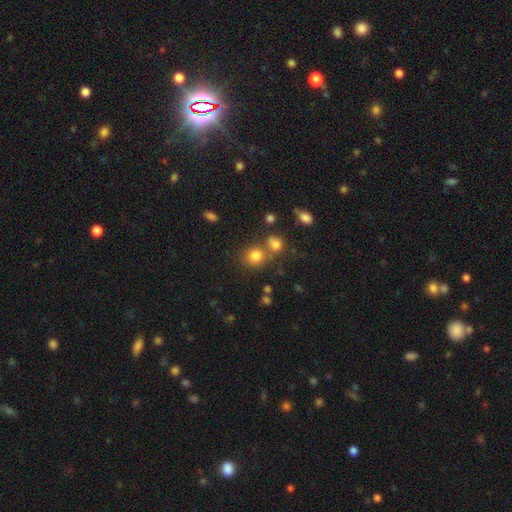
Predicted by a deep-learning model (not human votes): Smooth or featured?
  - smooth: 78% *
  - star or artifact: 14%
  - featured or disk: 7%
How rounded?
  - round: 81% *
  - in between: 18%
  - cigar-shaped: 1%
Merging?
  - none: 61% *
  - merger: 26%
  - minor disturbance: 9%
  - major disturbance: 4%